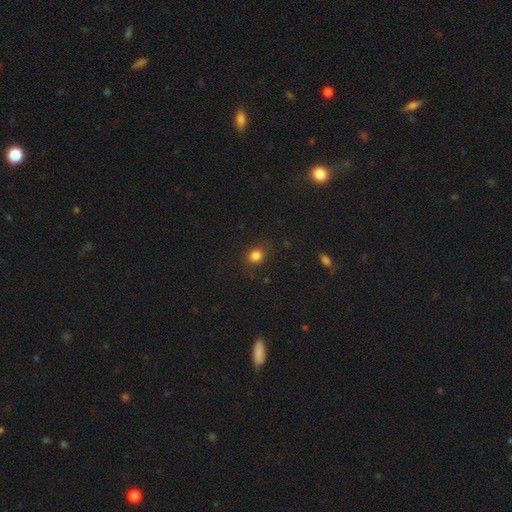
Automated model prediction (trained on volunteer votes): Q: Smooth or featured?
A: smooth (82%); runner-up: star or artifact (13%)
Q: How rounded?
A: round (72%); runner-up: in between (27%)
Q: Merging?
A: none (83%); runner-up: minor disturbance (12%)